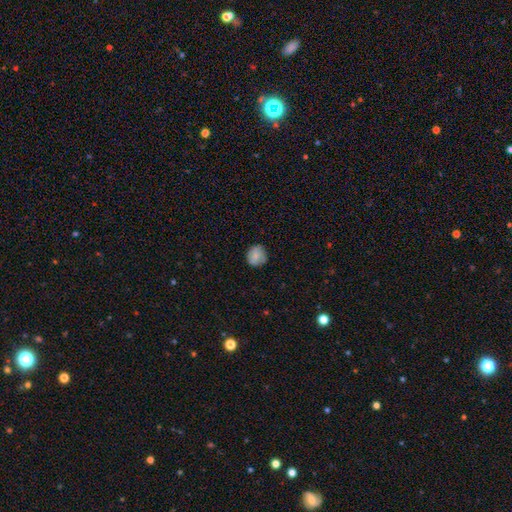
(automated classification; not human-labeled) Overall: smooth (82%). How rounded: round (89%). Merging: none (82%).